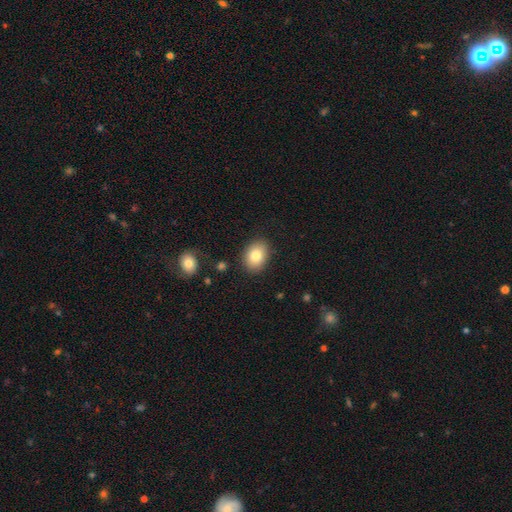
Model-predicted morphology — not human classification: This appears to be a smooth galaxy with no disk features (82%) that is in between round and cigar-shaped (75%). Merging: none (85%).